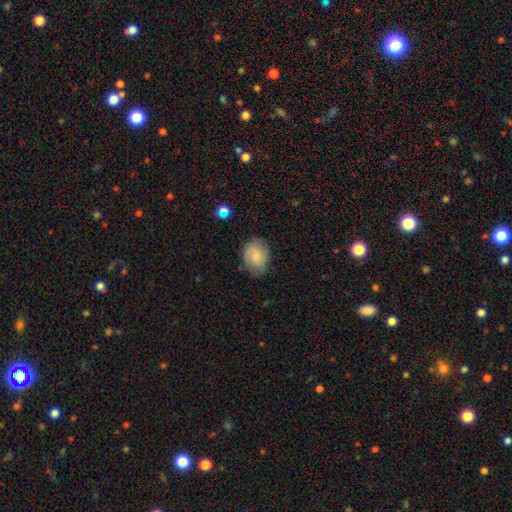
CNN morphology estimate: Smooth or featured: smooth — 66% (featured or disk — 26%)
How rounded: in between — 51% (round — 48%)
Merging: none — 72% (minor disturbance — 22%)